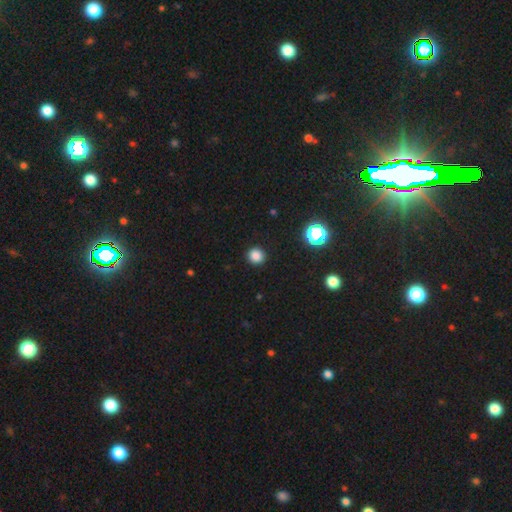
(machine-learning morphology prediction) A smooth galaxy with no disk features (84%) that is round (92%).

Vote fractions:
- Smooth or featured? smooth: 84% / star or artifact: 13% / featured or disk: 3%
- How rounded? round: 92% / in between: 7% / cigar-shaped: 1%
- Merging? none: 92% / minor disturbance: 5% / major disturbance: 2% / merger: 1%